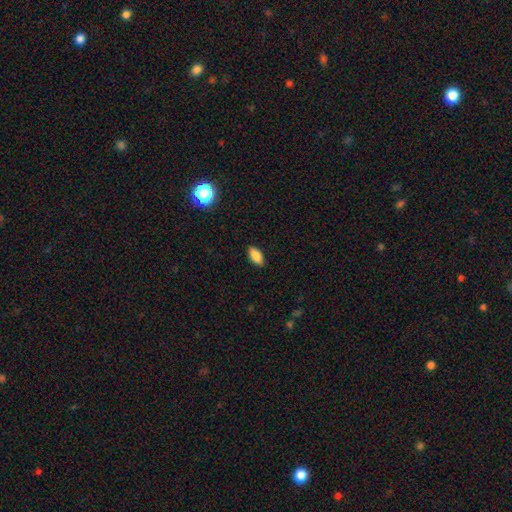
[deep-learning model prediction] Smooth or featured: smooth — 86% (star or artifact — 8%)
How rounded: in between — 90% (cigar-shaped — 6%)
Merging: none — 88% (minor disturbance — 9%)